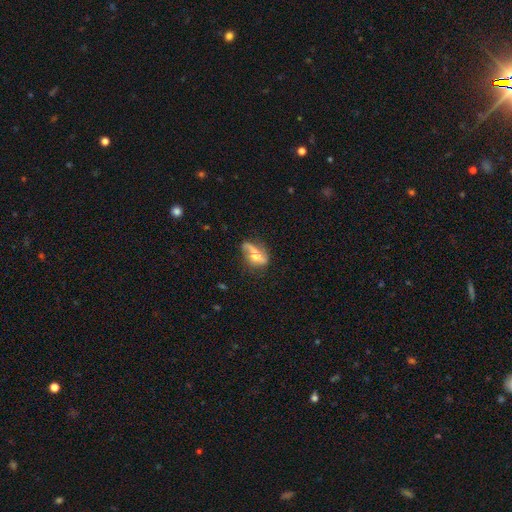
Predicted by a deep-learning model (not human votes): The model was most divided on "merging": none: 43%, minor disturbance: 25%, major disturbance: 24%, merger: 7%. More confident: edge-on disk — no (91%); spiral arms — yes (78%); smooth or featured — featured or disk (66%); bulge size — moderate (55%); bar — no (51%).